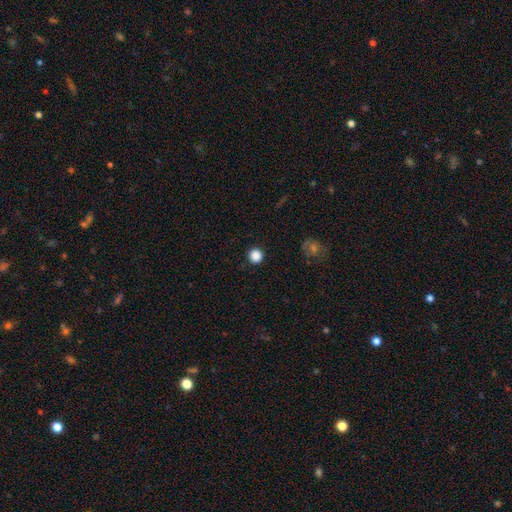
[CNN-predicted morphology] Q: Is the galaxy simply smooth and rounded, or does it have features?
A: smooth — 87%.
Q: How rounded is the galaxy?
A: round — 95%.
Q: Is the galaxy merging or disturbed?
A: none — 92%.